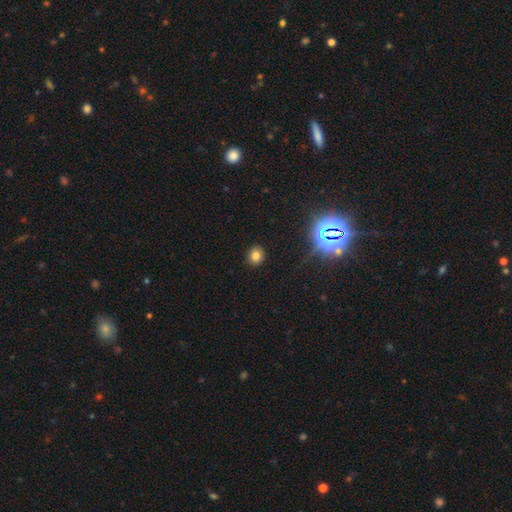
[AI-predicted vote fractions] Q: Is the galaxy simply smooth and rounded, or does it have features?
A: smooth — 76%.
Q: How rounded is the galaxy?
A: round — 72%.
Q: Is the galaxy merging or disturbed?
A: none — 89%.